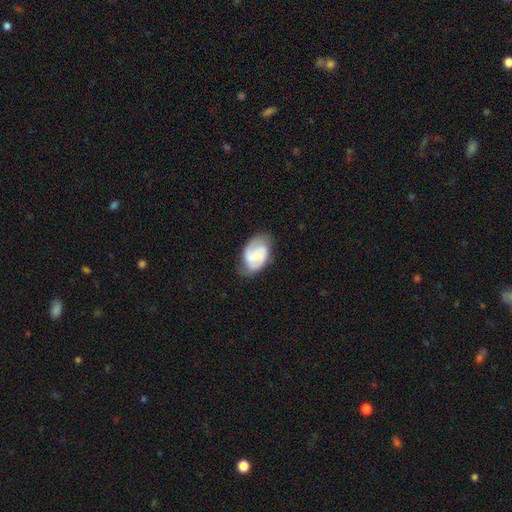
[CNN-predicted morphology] type=featured or disk (56%); edge-on=no (97%); bar=weak (45%); spiral arms=yes (86%); bulge=small (42%); merging=none (63%).